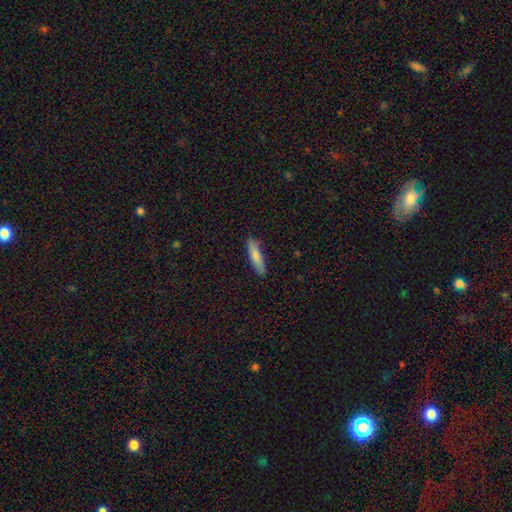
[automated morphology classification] Smooth or featured: smooth — 76% (featured or disk — 18%)
How rounded: cigar-shaped — 76% (in between — 22%)
Merging: none — 86% (minor disturbance — 11%)